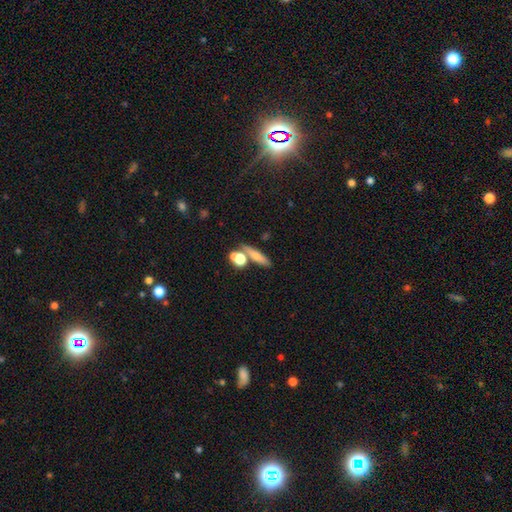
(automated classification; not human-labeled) smooth-or-featured: smooth: 62% | featured or disk: 25% | star or artifact: 13%
  how-rounded: cigar-shaped: 57% | in between: 24% | round: 19%
  merging: none: 63% | merger: 21% | minor disturbance: 11% | major disturbance: 5%